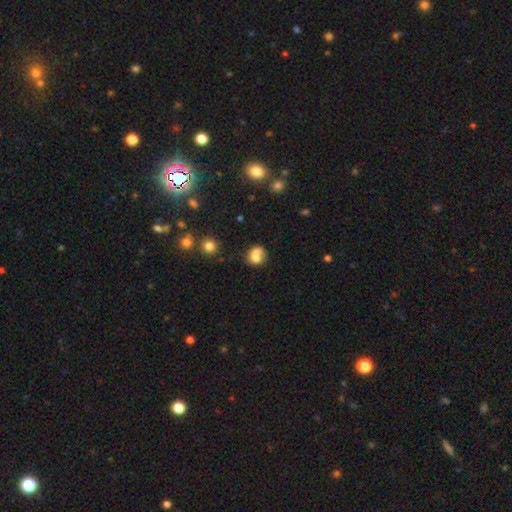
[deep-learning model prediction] smooth_or_featured: smooth (p=0.69) [alt: featured or disk p=0.20]
how_rounded: round (p=0.64) [alt: in between p=0.35]
merging: merger (p=0.41) [alt: none p=0.33]